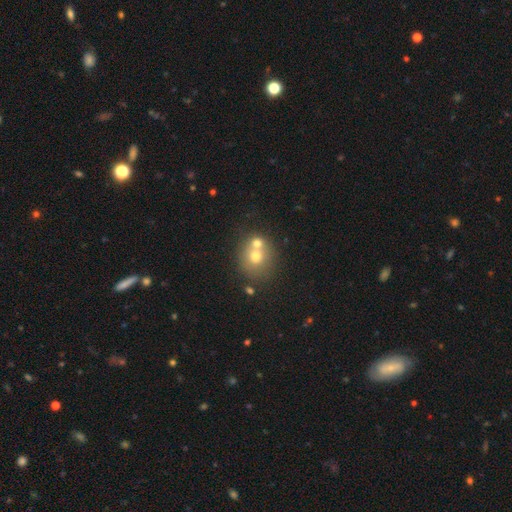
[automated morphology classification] This appears to be a smooth galaxy with no disk features (66%) that is round (81%). Merging: merger (46%).